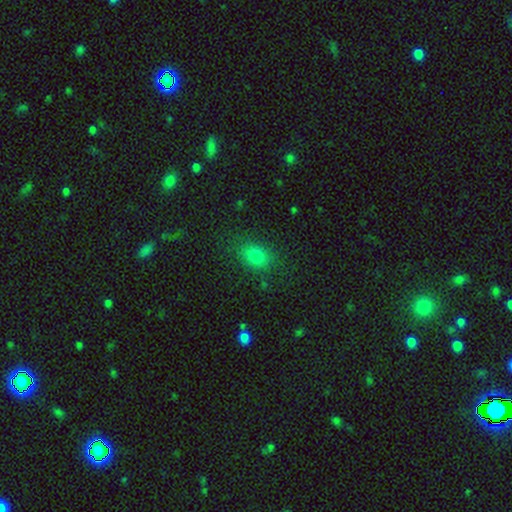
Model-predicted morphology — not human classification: Smooth or featured? Predicted: smooth (p=0.80). How rounded? Predicted: in between (p=0.62). Merging? Predicted: none (p=0.81).